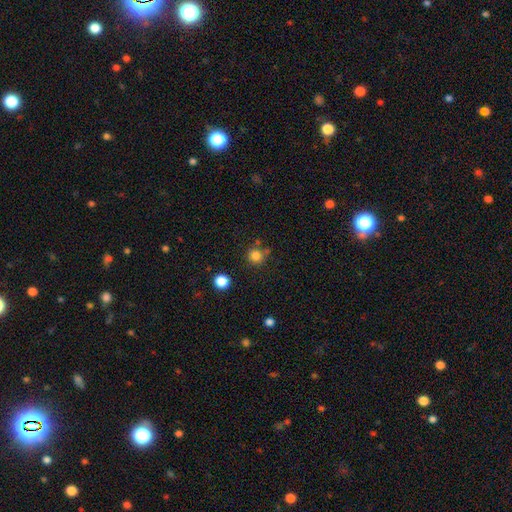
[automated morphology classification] This is clearly a smooth galaxy (81%). How rounded: clearly round (91%). Merging: likely none (75%).